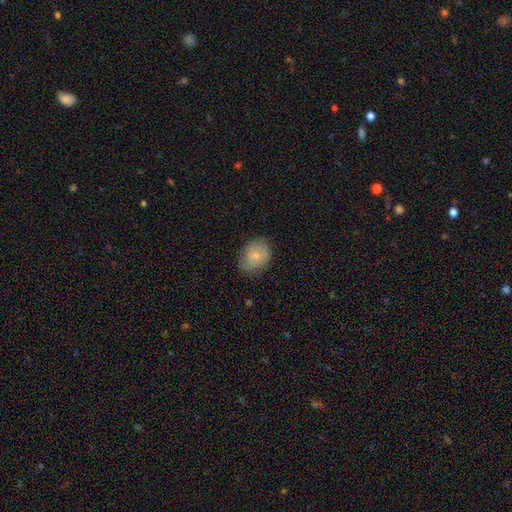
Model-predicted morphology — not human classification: This is likely a smooth galaxy (71%). How rounded: possibly in between (56%). Merging: likely none (73%).